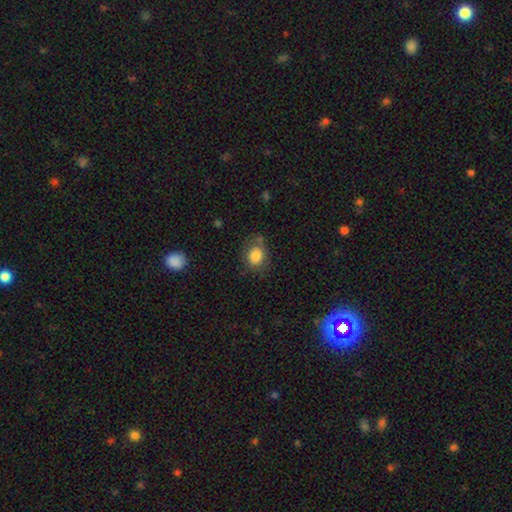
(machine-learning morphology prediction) Smooth or featured?
  - smooth: 84% *
  - star or artifact: 9%
  - featured or disk: 7%
How rounded?
  - round: 56% *
  - in between: 43%
  - cigar-shaped: 1%
Merging?
  - none: 66% *
  - minor disturbance: 22%
  - major disturbance: 8%
  - merger: 5%